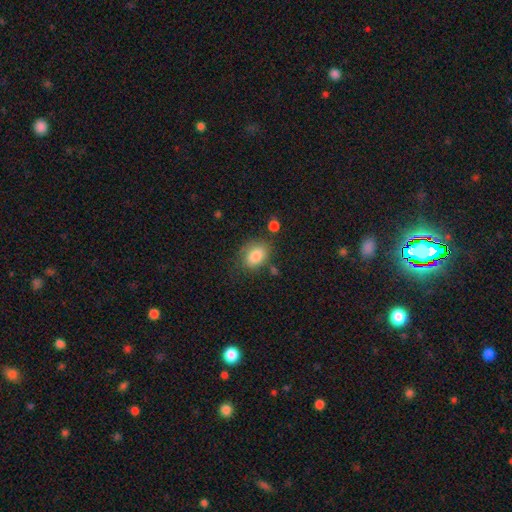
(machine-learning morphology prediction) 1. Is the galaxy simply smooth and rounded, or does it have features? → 83% smooth, 9% featured or disk, 8% star or artifact.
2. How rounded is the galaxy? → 78% in between, 21% round, 1% cigar-shaped.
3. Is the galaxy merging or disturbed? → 65% none, 21% minor disturbance, 8% major disturbance, 6% merger.